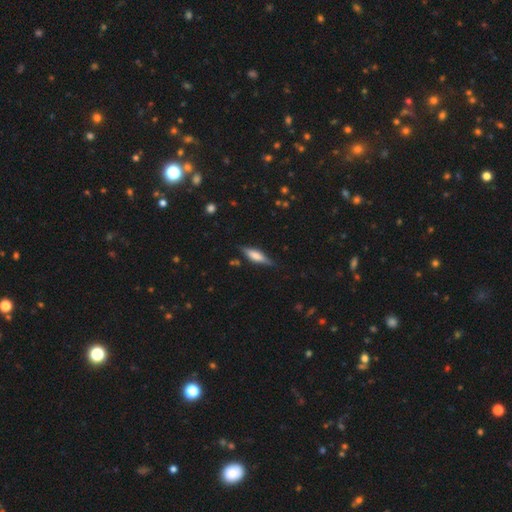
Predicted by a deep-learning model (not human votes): Q: Smooth or featured?
A: smooth (50%); runner-up: featured or disk (43%)
Q: How rounded?
A: cigar-shaped (61%); runner-up: in between (37%)
Q: Merging?
A: none (81%); runner-up: minor disturbance (14%)